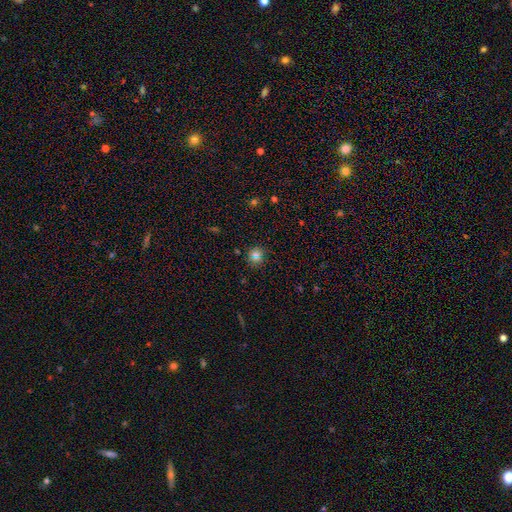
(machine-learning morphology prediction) smooth 63%, star or artifact 29%, featured or disk 9%. Down the decision tree: how rounded — round (88%); merging — none (84%).